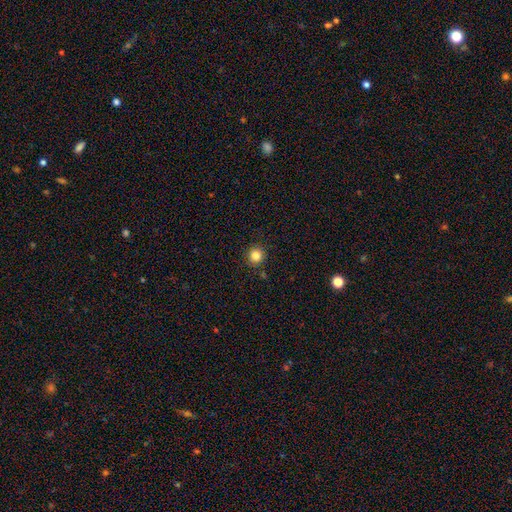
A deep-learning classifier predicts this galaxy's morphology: Smooth or featured? smooth (83%)
How rounded? round (93%)
Merging? none (90%)